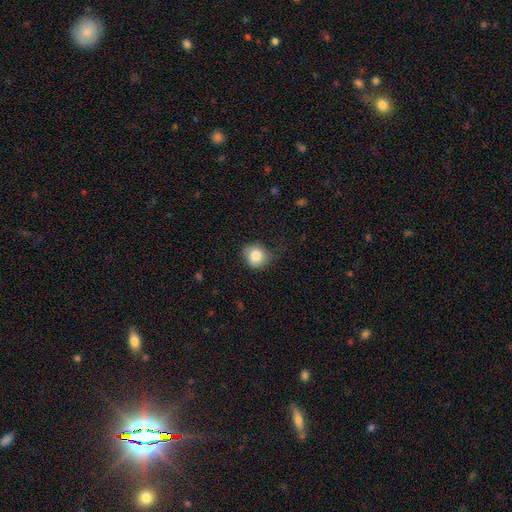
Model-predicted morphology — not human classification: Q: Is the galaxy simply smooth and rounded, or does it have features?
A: smooth — 83%.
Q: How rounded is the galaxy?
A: round — 81%.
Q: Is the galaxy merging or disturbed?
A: none — 71%.